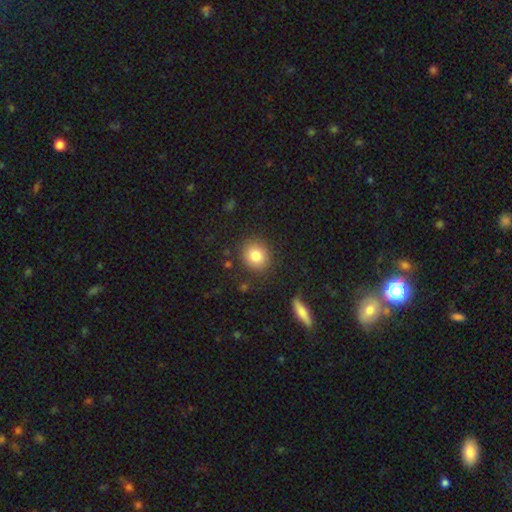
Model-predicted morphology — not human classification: Smooth or featured? smooth (83%)
How rounded? round (77%)
Merging? none (86%)